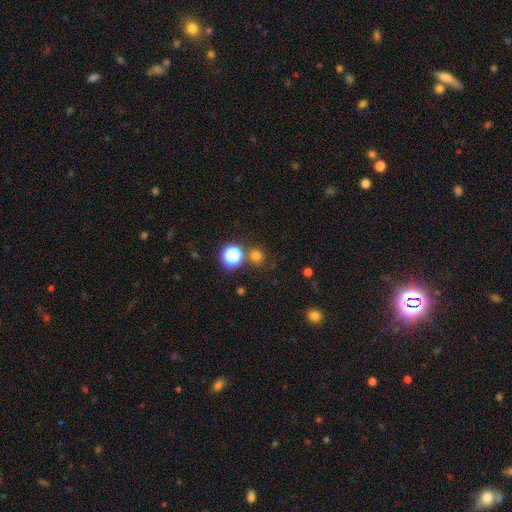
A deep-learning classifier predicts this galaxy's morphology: smooth_or_featured: smooth (p=0.72) [alt: star or artifact p=0.23]
how_rounded: round (p=0.91) [alt: in between p=0.08]
merging: none (p=0.77) [alt: merger p=0.12]